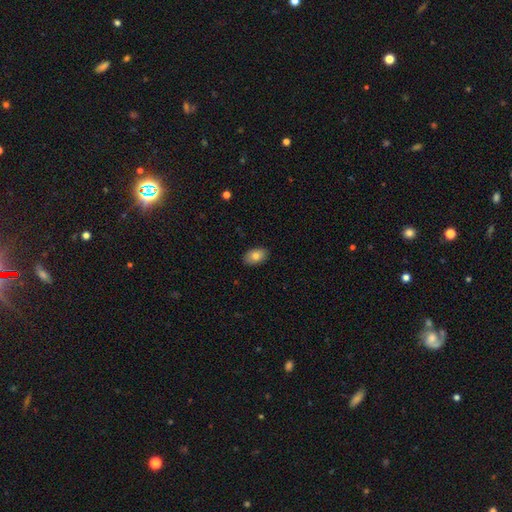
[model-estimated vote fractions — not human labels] Smooth or featured?
  - smooth: 80% *
  - featured or disk: 12%
  - star or artifact: 7%
How rounded?
  - in between: 90% *
  - round: 8%
  - cigar-shaped: 1%
Merging?
  - none: 88% *
  - minor disturbance: 9%
  - major disturbance: 2%
  - merger: 1%